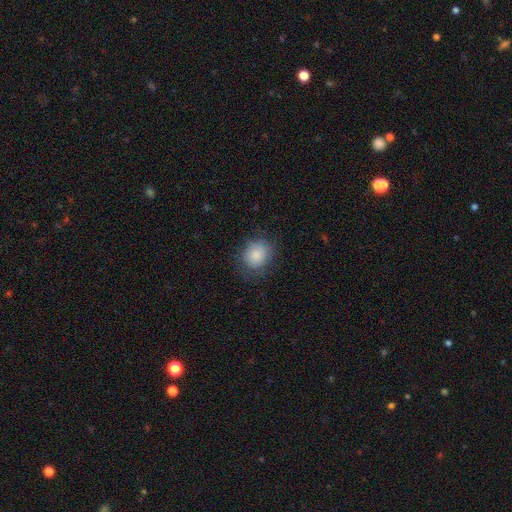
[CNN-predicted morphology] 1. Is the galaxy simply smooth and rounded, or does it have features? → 84% smooth, 8% star or artifact, 8% featured or disk.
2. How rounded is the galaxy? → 77% round, 22% in between, 1% cigar-shaped.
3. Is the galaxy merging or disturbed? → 76% none, 17% minor disturbance, 6% major disturbance, 1% merger.